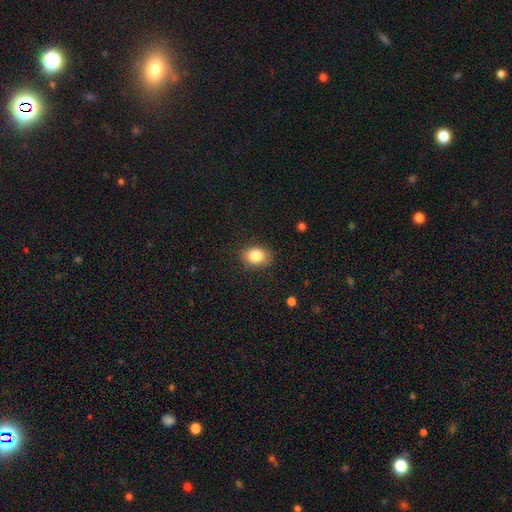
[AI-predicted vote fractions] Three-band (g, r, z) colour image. It shows a smooth galaxy with no disk features (83%) that is in between round and cigar-shaped (62%). Merging: none (82%).